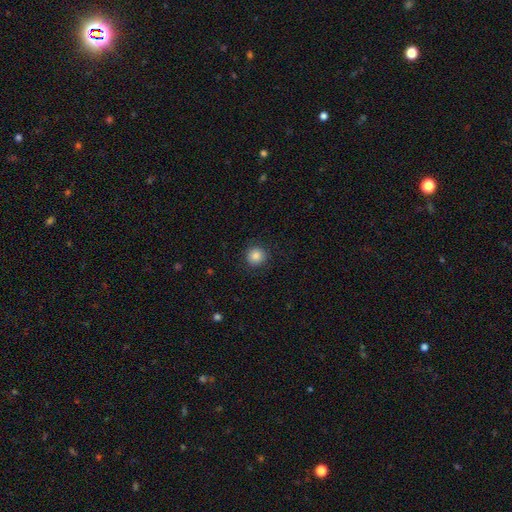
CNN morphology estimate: smooth-or-featured: smooth: 84% | star or artifact: 10% | featured or disk: 6%
  how-rounded: round: 93% | in between: 6% | cigar-shaped: 1%
  merging: none: 89% | minor disturbance: 7% | major disturbance: 3% | merger: 1%